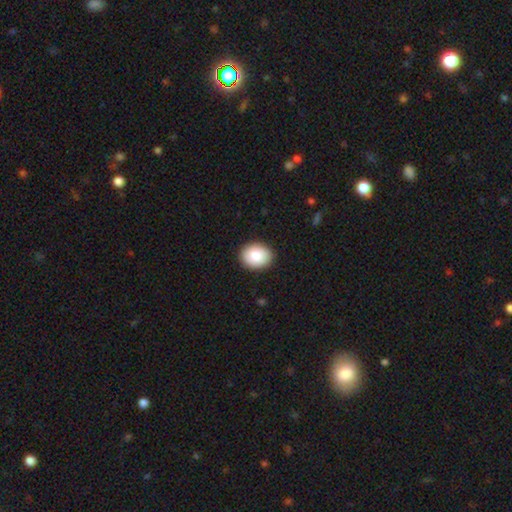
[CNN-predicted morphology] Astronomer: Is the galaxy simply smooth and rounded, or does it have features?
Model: smooth — 83%.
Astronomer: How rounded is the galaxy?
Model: in between — 55% (runner-up: round, 44%).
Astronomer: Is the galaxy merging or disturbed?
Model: none — 90%.